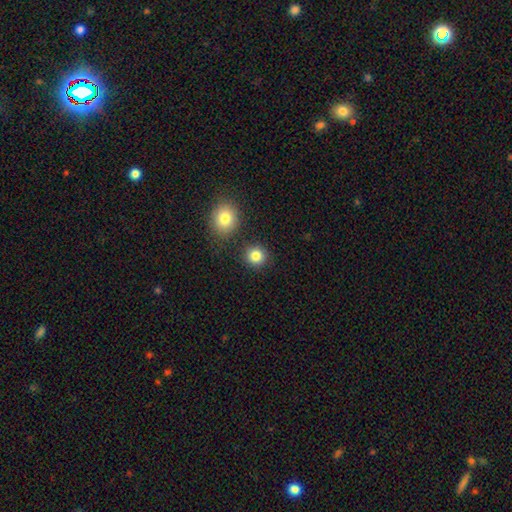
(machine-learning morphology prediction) Smooth or featured: smooth — 84% (star or artifact — 11%)
How rounded: round — 89% (in between — 10%)
Merging: none — 86% (minor disturbance — 7%)